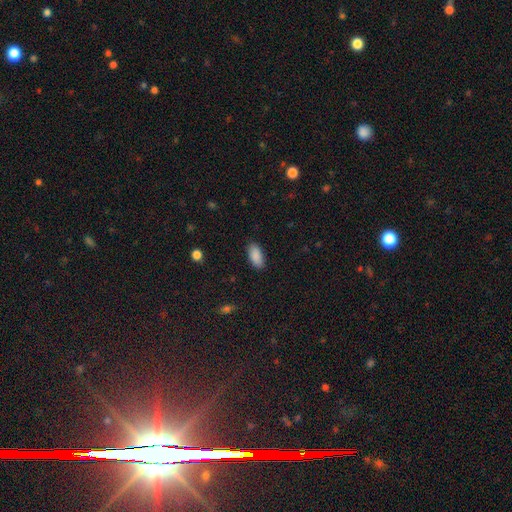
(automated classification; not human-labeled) The model was most divided on "merging": none: 88%, minor disturbance: 8%, major disturbance: 2%, merger: 1%. More confident: how rounded — in between (91%); smooth or featured — smooth (90%).